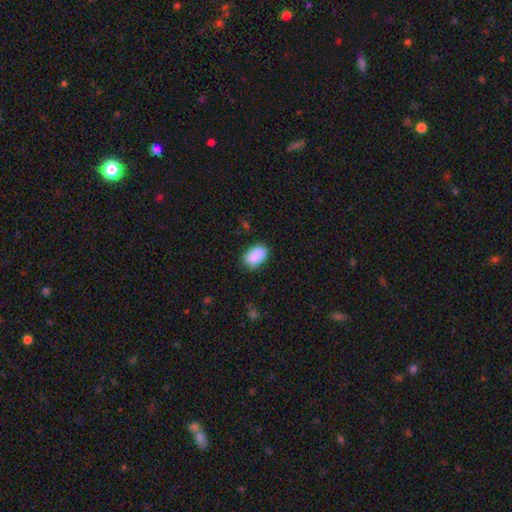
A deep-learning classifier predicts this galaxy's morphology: Smooth or featured?
  - smooth: 90% *
  - star or artifact: 7%
  - featured or disk: 4%
How rounded?
  - in between: 90% *
  - round: 9%
  - cigar-shaped: 1%
Merging?
  - none: 80% *
  - minor disturbance: 16%
  - major disturbance: 3%
  - merger: 1%